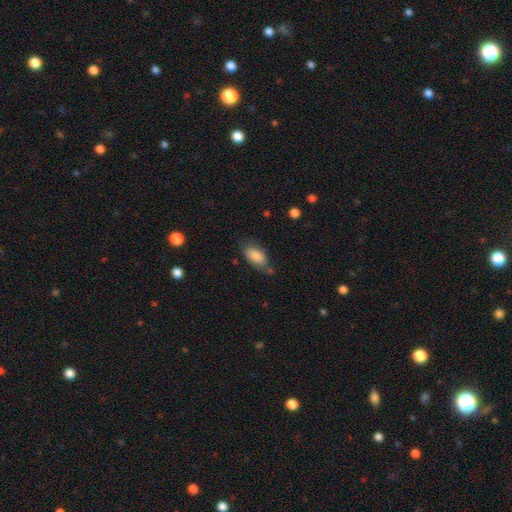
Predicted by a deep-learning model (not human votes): The model was most divided on "merging": none: 61%, minor disturbance: 26%, major disturbance: 7%, merger: 6%. More confident: how rounded — in between (91%); smooth or featured — smooth (83%).